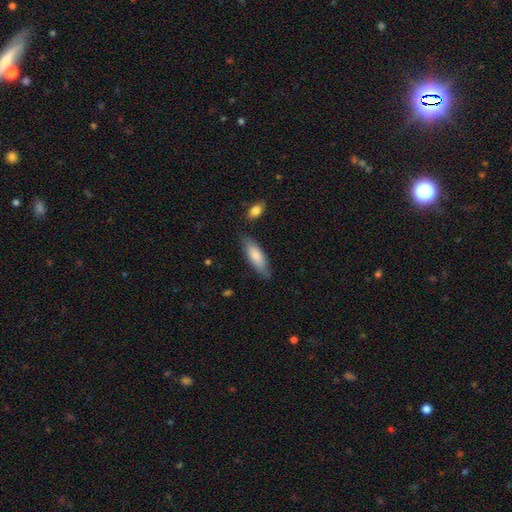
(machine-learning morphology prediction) The model was most divided on "how rounded": in between: 57%, cigar-shaped: 41%, round: 2%. More confident: smooth or featured — smooth (80%); merging — none (78%).